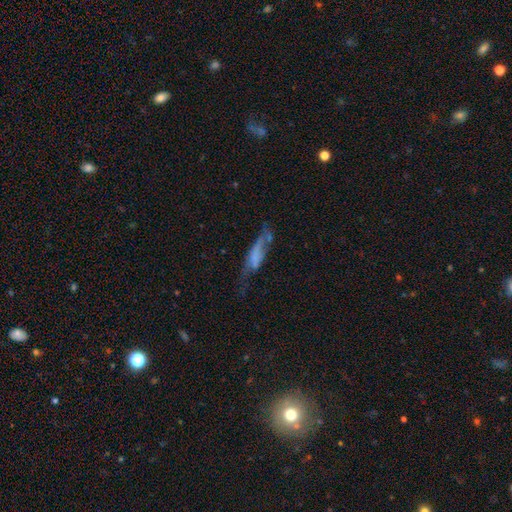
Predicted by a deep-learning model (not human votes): This is possibly a smooth galaxy (46%). Merging: marginally none (32%, tied with major disturbance).